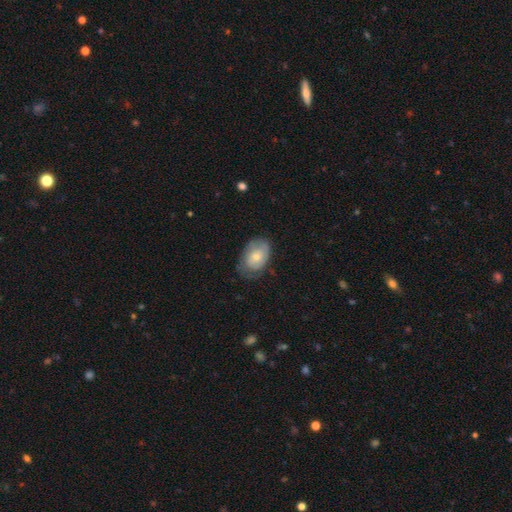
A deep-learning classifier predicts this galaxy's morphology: Smooth or featured? smooth (57%)
How rounded? in between (83%)
Merging? none (61%)